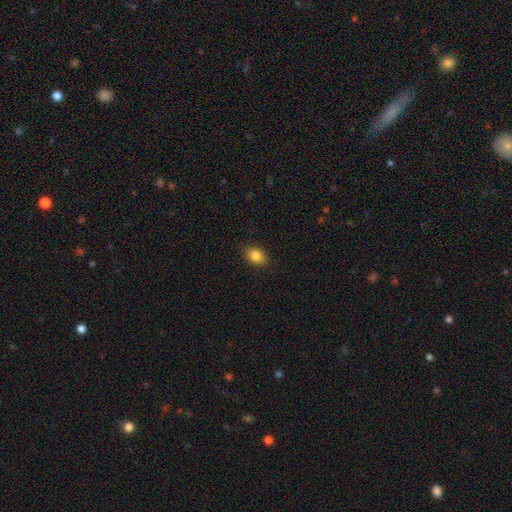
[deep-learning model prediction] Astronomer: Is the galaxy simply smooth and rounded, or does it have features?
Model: smooth — 84%.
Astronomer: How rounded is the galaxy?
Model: in between — 69%.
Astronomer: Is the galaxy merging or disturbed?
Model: none — 88%.